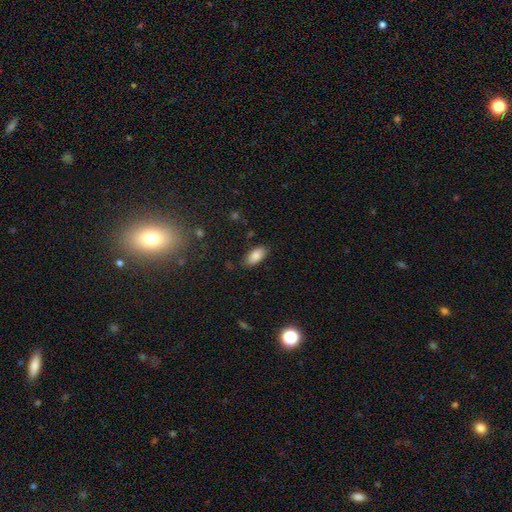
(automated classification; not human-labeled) smooth_or_featured: smooth (p=0.84) [alt: featured or disk p=0.08]
how_rounded: in between (p=0.92) [alt: cigar-shaped p=0.05]
merging: none (p=0.82) [alt: minor disturbance p=0.13]